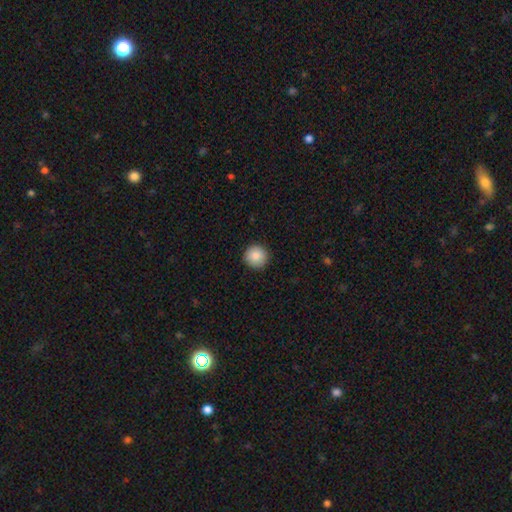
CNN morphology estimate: smooth-or-featured: smooth: 87% | star or artifact: 8% | featured or disk: 5%
  how-rounded: round: 95% | in between: 4% | cigar-shaped: 1%
  merging: none: 92% | minor disturbance: 6% | major disturbance: 2% | merger: 1%